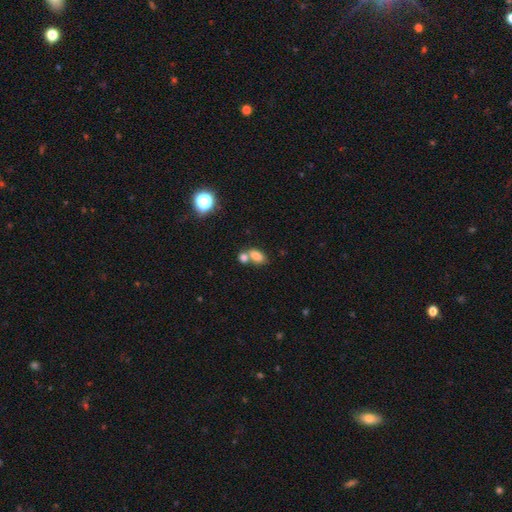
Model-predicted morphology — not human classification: smooth_or_featured: smooth (p=0.79) [alt: star or artifact p=0.11]
how_rounded: in between (p=0.85) [alt: round p=0.12]
merging: merger (p=0.50) [alt: none p=0.37]